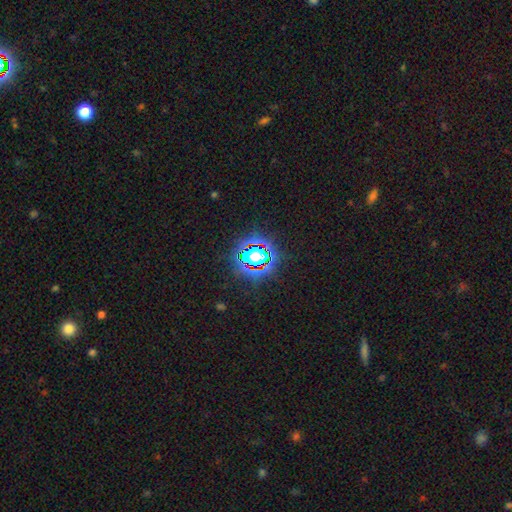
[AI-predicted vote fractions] Morphology: type=star or artifact (78%).